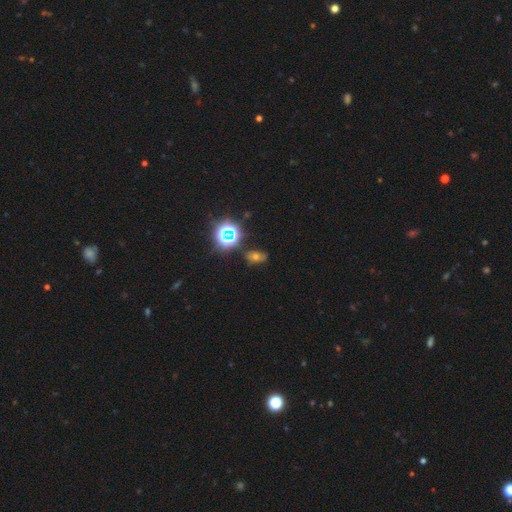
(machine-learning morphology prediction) Smooth or featured: smooth — 41% (star or artifact — 38%)
Merging: none — 69% (minor disturbance — 19%)